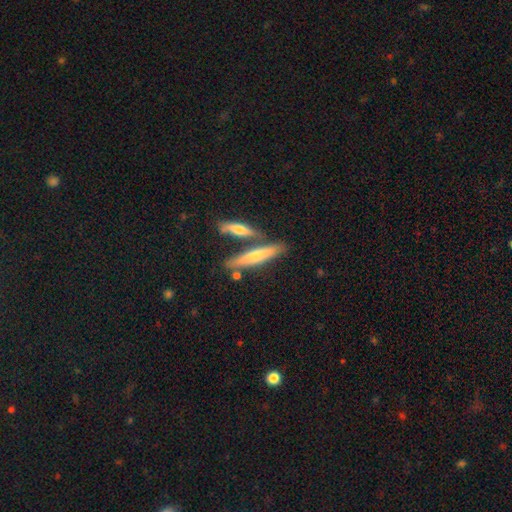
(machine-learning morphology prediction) Overall: smooth (47%; featured or disk 46%). Merging: none (67%).